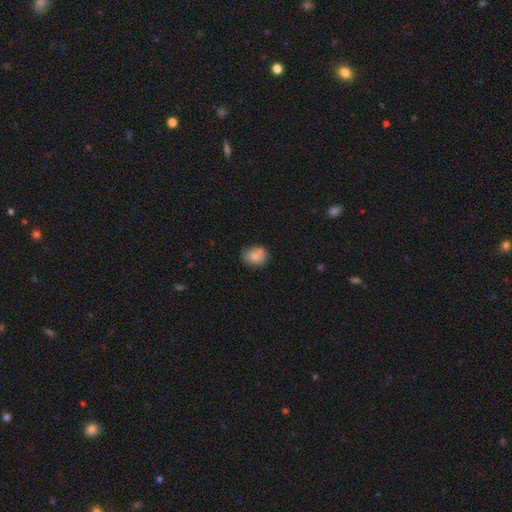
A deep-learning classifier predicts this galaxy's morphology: This is clearly a smooth galaxy (81%). How rounded: possibly round (56%). Merging: likely none (64%).